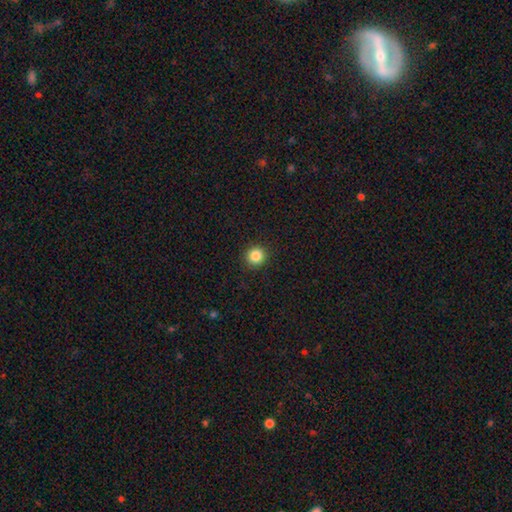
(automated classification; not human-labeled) Morphology: type=smooth (86%); roundness=round (94%); merging=none (92%).